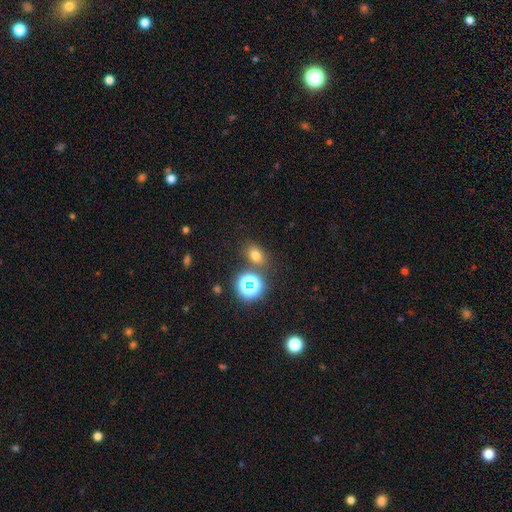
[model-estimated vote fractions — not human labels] This is likely a smooth galaxy (69%). How rounded: possibly in between (57%). Merging: likely none (77%).